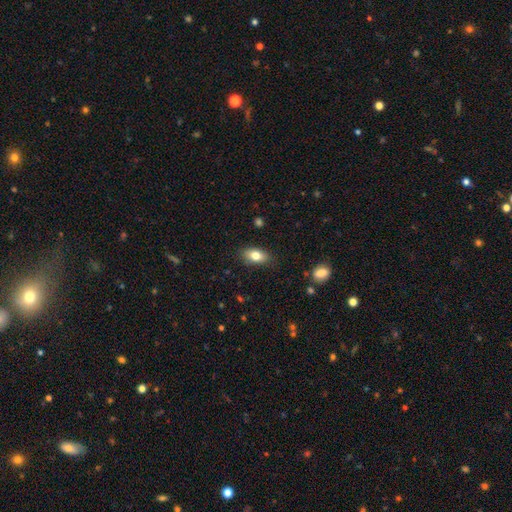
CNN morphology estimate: Overall: smooth (80%). How rounded: in between (88%). Merging: none (85%).